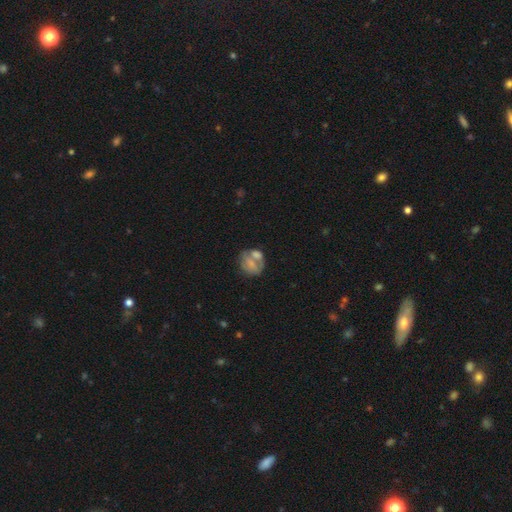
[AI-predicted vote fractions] Morphology: type=smooth (53%); roundness=round (60%); merging=none (39%).